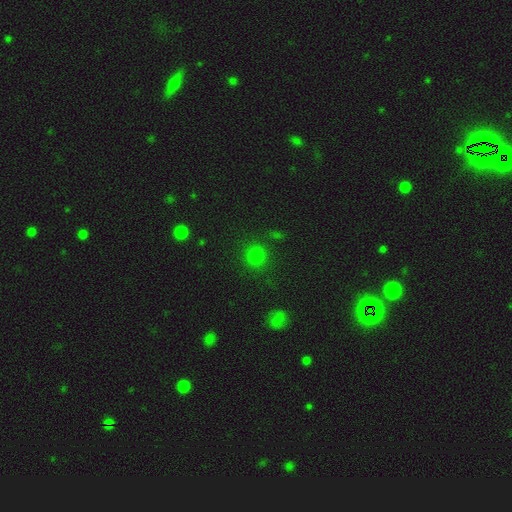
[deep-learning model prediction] A smooth galaxy with no disk features (77%) that is round (88%). Merging: none (84%).